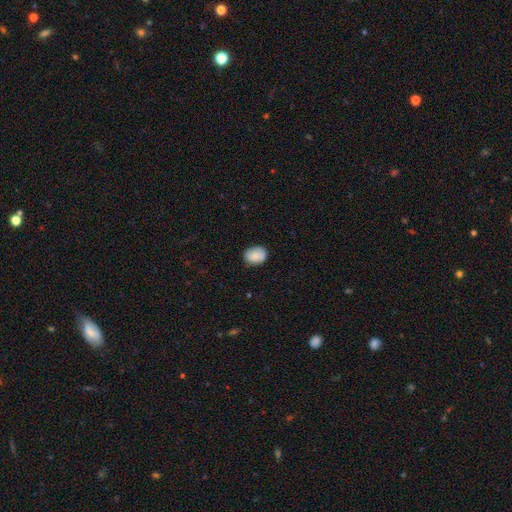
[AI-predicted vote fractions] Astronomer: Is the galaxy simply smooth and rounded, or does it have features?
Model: smooth — 86%.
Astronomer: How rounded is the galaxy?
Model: in between — 67%.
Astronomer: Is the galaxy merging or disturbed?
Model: none — 81%.